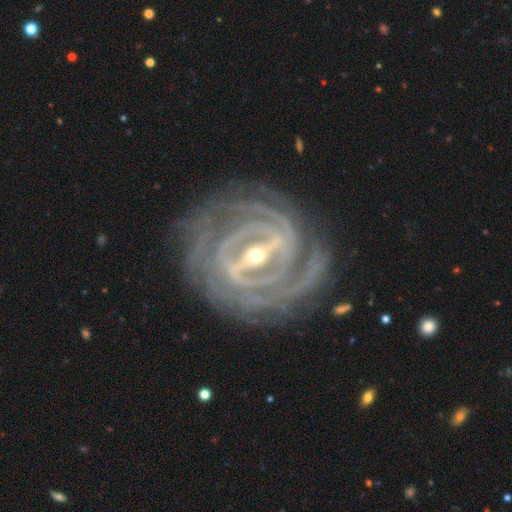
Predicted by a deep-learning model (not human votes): This is clearly a featured or disk galaxy (92%). It is clearly not viewed edge-on (95%). Bar: likely strong (78%). Spiral arm pattern: clearly yes (98%). Spiral arm count: marginally 4 (26%). Spiral winding: clearly tight (85%). Central bulge: possibly small (56%). Merging: clearly none (81%).